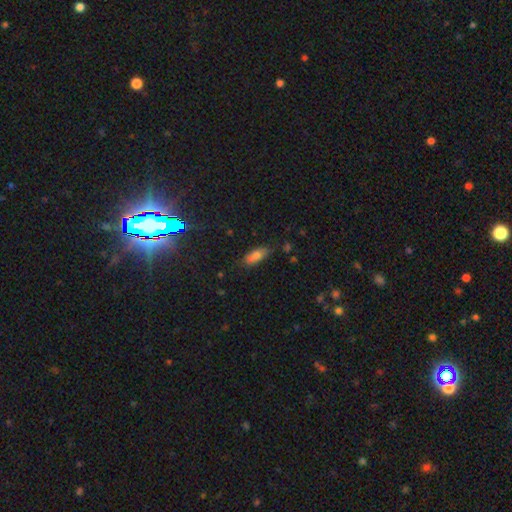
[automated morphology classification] Smooth or featured: smooth — 72% (featured or disk — 17%)
How rounded: in between — 77% (cigar-shaped — 20%)
Merging: none — 74% (minor disturbance — 20%)